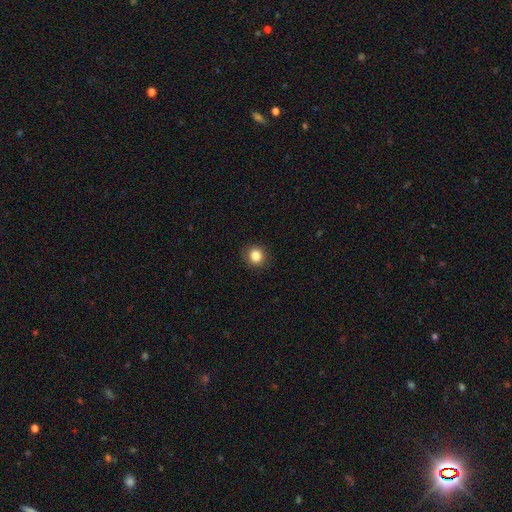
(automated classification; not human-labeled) A smooth galaxy with no disk features (85%) that is round (87%).

Vote fractions:
- Smooth or featured? smooth: 85% / star or artifact: 11% / featured or disk: 5%
- How rounded? round: 87% / in between: 12% / cigar-shaped: 1%
- Merging? none: 90% / minor disturbance: 7% / major disturbance: 2% / merger: 1%